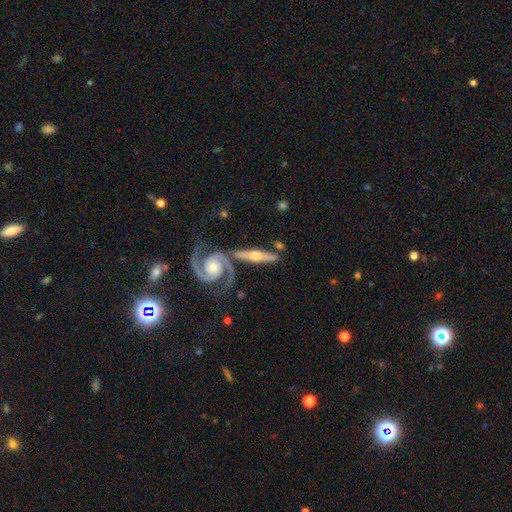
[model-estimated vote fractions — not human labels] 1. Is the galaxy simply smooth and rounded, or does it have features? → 80% featured or disk, 16% smooth, 4% star or artifact.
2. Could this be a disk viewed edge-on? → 72% yes, 28% no.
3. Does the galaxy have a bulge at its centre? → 89% rounded, 7% none, 4% boxy.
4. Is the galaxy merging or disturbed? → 67% none, 15% merger, 13% minor disturbance, 4% major disturbance.